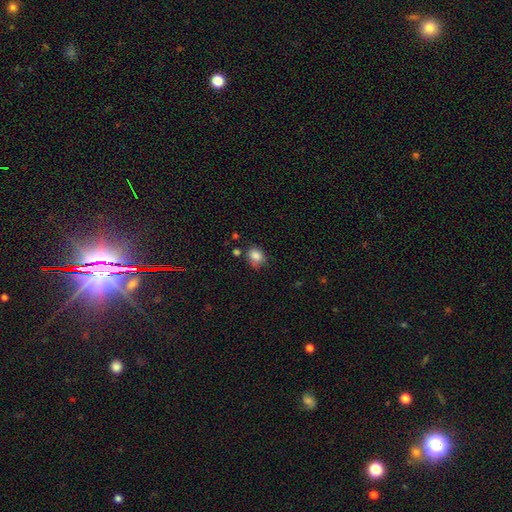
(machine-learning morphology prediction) This is clearly a smooth galaxy (84%). How rounded: possibly round (60%). Merging: likely none (64%).